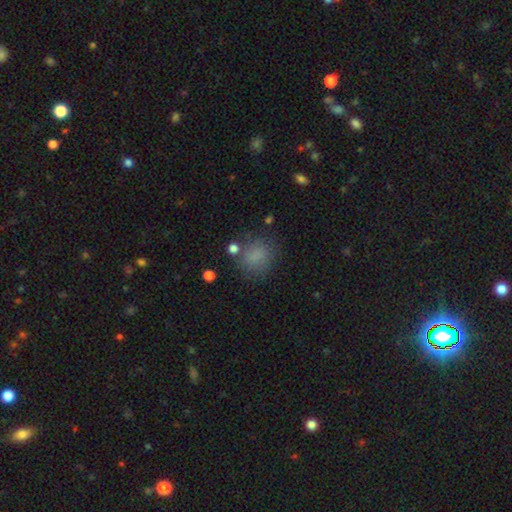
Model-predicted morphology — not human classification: smooth-or-featured: smooth: 77% | star or artifact: 14% | featured or disk: 9%
  how-rounded: round: 70% | in between: 29% | cigar-shaped: 1%
  merging: none: 71% | minor disturbance: 16% | major disturbance: 8% | merger: 5%